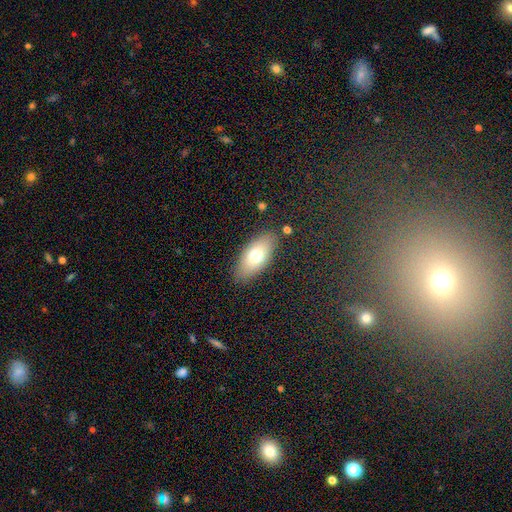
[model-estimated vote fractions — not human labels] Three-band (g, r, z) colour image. It shows a smooth galaxy with no disk features (71%) that is in between round and cigar-shaped (88%). Merging: none (84%).